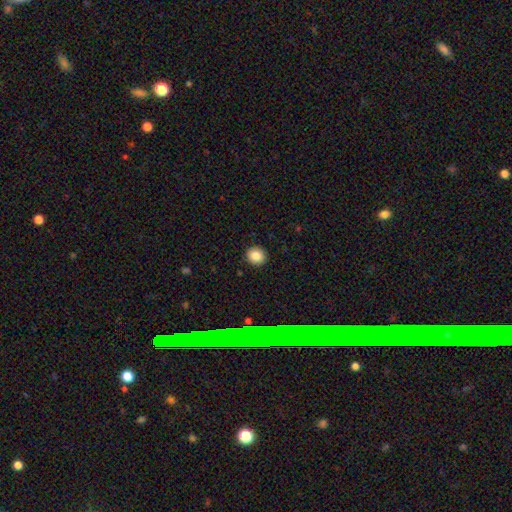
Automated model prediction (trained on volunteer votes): This is clearly a smooth galaxy (84%). How rounded: clearly round (84%). Merging: clearly none (91%).